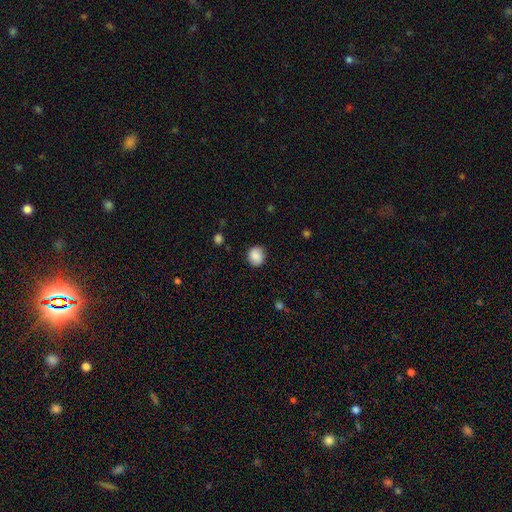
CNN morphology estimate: smooth-or-featured: smooth: 85% | star or artifact: 8% | featured or disk: 7%
  how-rounded: round: 81% | in between: 18% | cigar-shaped: 1%
  merging: none: 83% | minor disturbance: 13% | major disturbance: 3% | merger: 1%